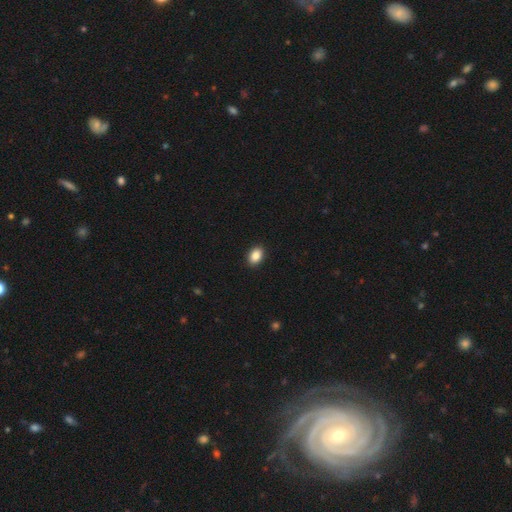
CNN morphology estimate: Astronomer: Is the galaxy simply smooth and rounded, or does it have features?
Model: smooth — 88%.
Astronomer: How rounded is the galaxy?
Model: in between — 81%.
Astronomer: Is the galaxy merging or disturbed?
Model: none — 91%.